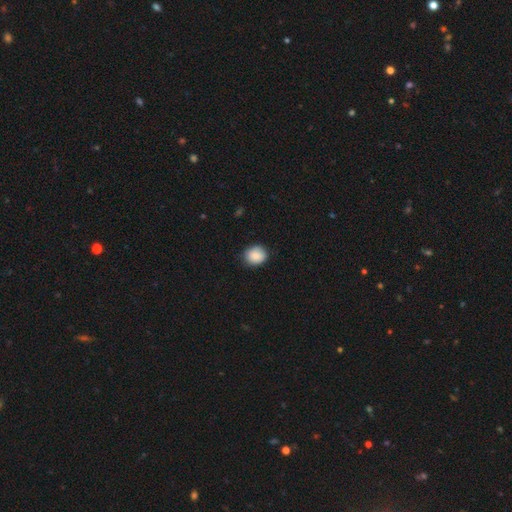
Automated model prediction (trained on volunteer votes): A smooth galaxy with no disk features (88%) that is round (70%).

Vote fractions:
- Smooth or featured? smooth: 88% / star or artifact: 8% / featured or disk: 4%
- How rounded? round: 70% / in between: 29% / cigar-shaped: 1%
- Merging? none: 83% / minor disturbance: 13% / major disturbance: 3% / merger: 1%